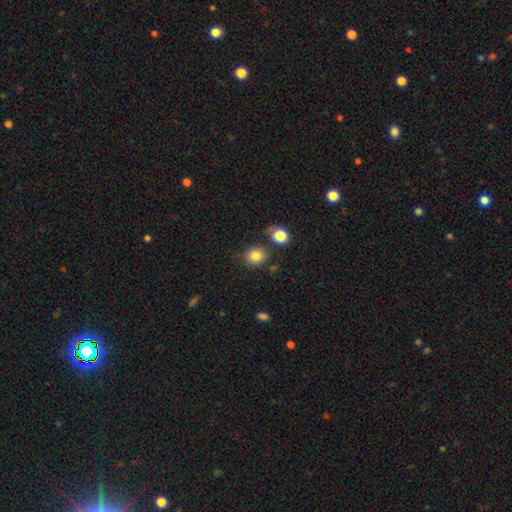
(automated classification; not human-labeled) Smooth or featured?
  - smooth: 82% *
  - star or artifact: 11%
  - featured or disk: 7%
How rounded?
  - round: 71% *
  - in between: 28%
  - cigar-shaped: 1%
Merging?
  - none: 74% *
  - minor disturbance: 12%
  - merger: 10%
  - major disturbance: 4%